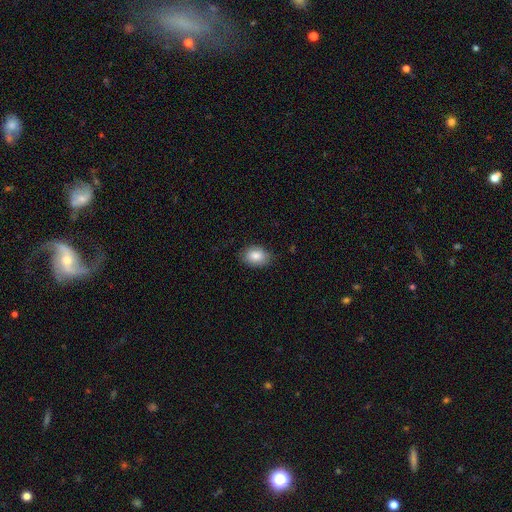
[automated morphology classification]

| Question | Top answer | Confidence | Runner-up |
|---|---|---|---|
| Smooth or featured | smooth | 84% | featured or disk (8%) |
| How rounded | in between | 76% | round (23%) |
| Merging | none | 82% | minor disturbance (15%) |